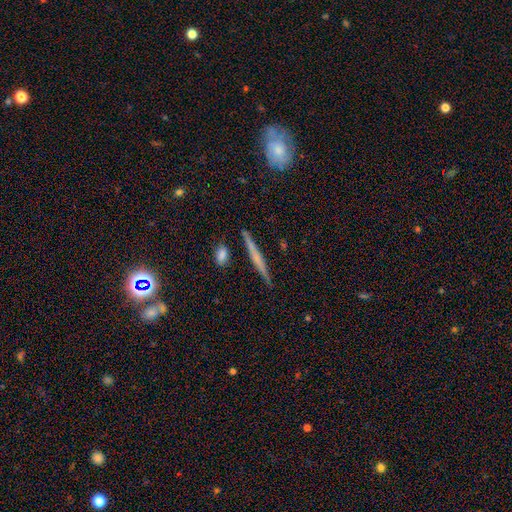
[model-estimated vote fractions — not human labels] Overall: featured or disk (49%; smooth 43%). Merging: none (89%).